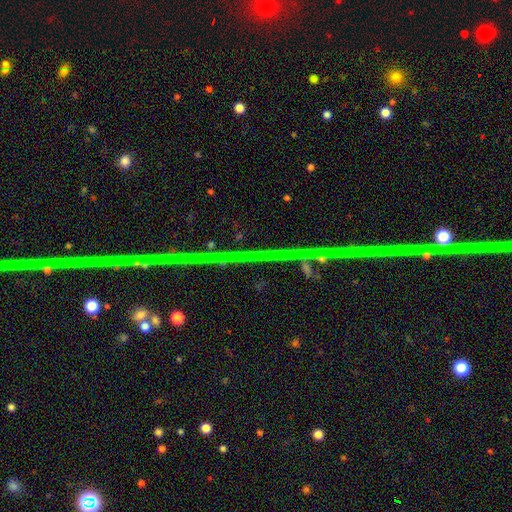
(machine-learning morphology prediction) Smooth or featured: star or artifact — 85% (featured or disk — 9%)